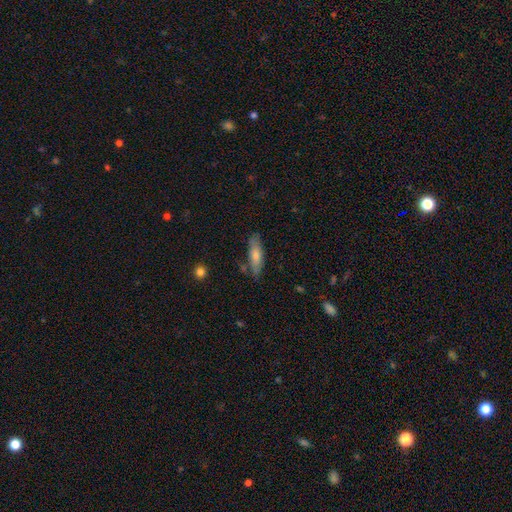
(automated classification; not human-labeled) smooth_or_featured: smooth (p=0.70) [alt: featured or disk p=0.24]
how_rounded: in between (p=0.50) [alt: cigar-shaped p=0.48]
merging: none (p=0.71) [alt: minor disturbance p=0.19]